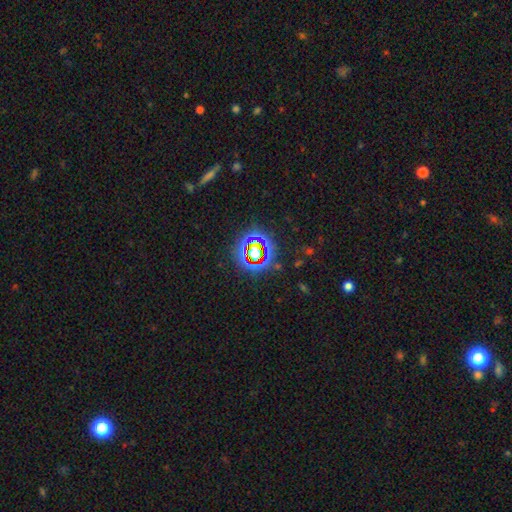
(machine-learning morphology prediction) This appears to be a star or artifact, not a galaxy (73%).